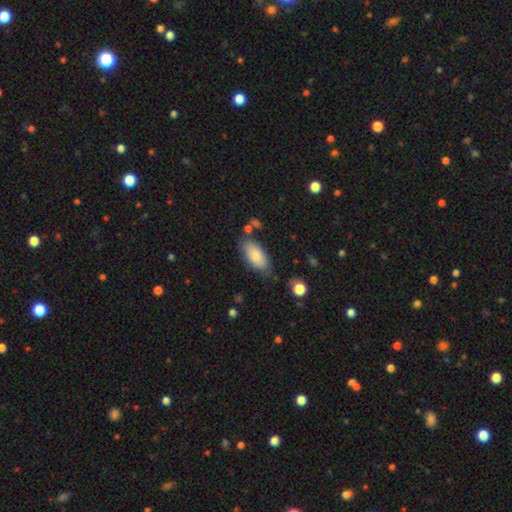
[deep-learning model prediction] Overall: smooth (82%). How rounded: in between (91%). Merging: none (72%).